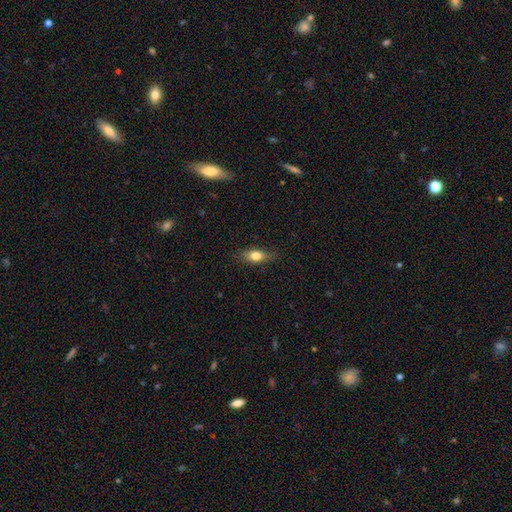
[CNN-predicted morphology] The model was most divided on "how rounded": in between: 75%, cigar-shaped: 17%, round: 8%. More confident: merging — none (80%); smooth or featured — smooth (75%).